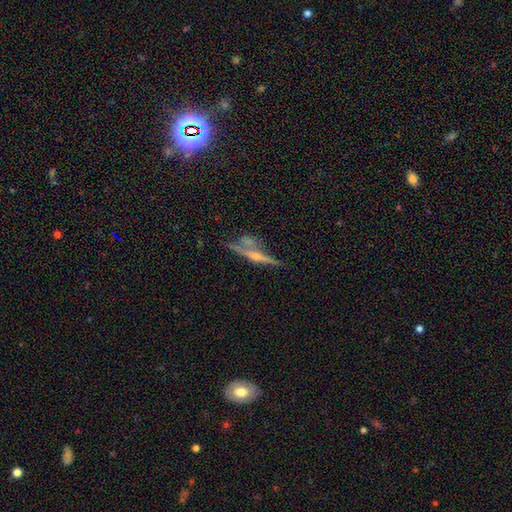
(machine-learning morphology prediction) A featured or disk galaxy (71%) viewed edge-on (94%) with a rounded central bulge (81%). Merging: none (60%).